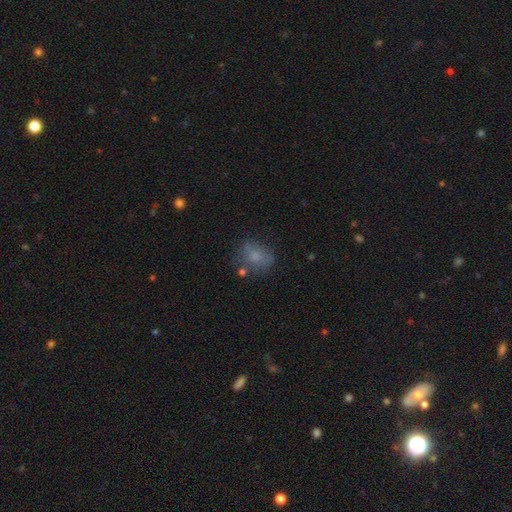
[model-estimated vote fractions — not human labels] smooth_or_featured: smooth (p=0.67) [alt: featured or disk p=0.20]
how_rounded: in between (p=0.52) [alt: round p=0.46]
merging: none (p=0.58) [alt: minor disturbance p=0.23]